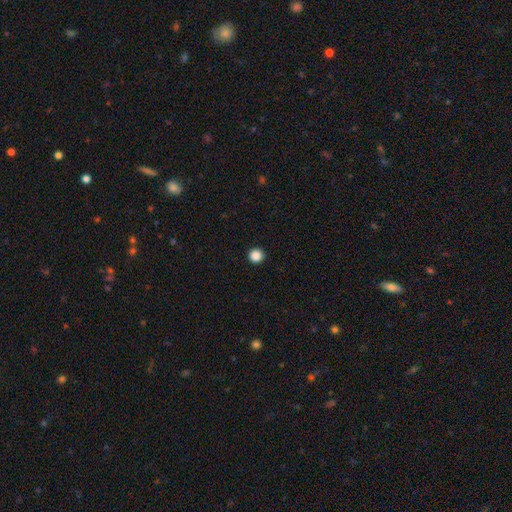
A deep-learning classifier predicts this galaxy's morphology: The model was most divided on "smooth or featured": smooth: 87%, star or artifact: 10%, featured or disk: 2%. More confident: how rounded — round (96%); merging — none (94%).